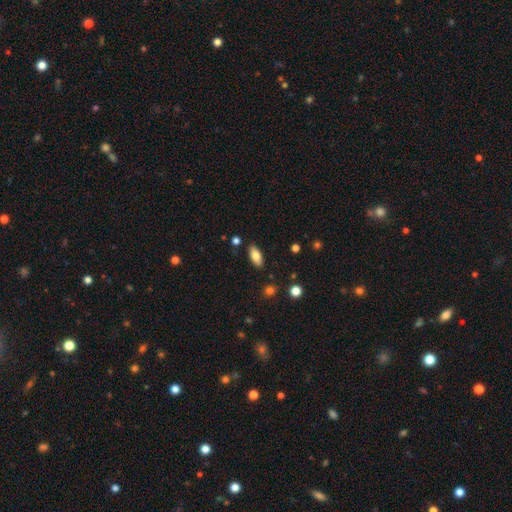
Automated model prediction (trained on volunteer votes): Smooth or featured: smooth — 80% (featured or disk — 13%)
How rounded: in between — 86% (cigar-shaped — 12%)
Merging: none — 86% (minor disturbance — 10%)